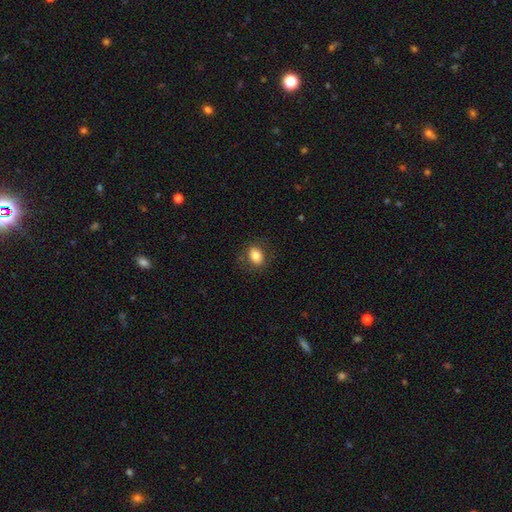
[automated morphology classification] Overall: smooth (82%). How rounded: in between (61%; round 37%). Merging: none (83%).